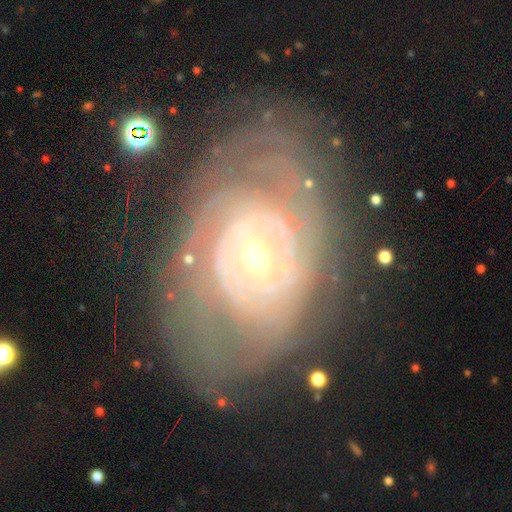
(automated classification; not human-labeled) Morphology: type=featured or disk (81%); edge-on=no (95%); bar=no (63%); spiral arms=yes (77%); winding=tight (73%); arm count=can't tell (54%); bulge=small (54%); merging=none (66%).